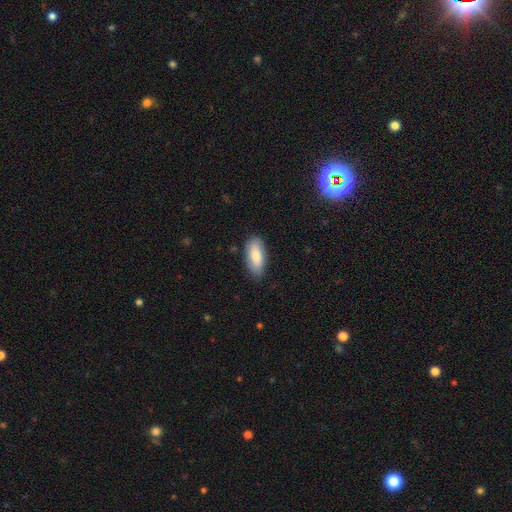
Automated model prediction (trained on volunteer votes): This appears to be a smooth galaxy with no disk features (80%) that is in between round and cigar-shaped (82%). Merging: none (84%).